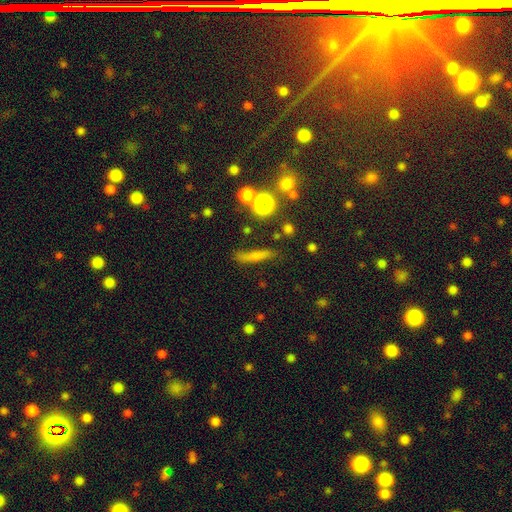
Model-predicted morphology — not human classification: A smooth galaxy with no disk features (55%) that is cigar-shaped (82%).

Vote fractions:
- Smooth or featured? smooth: 55% / featured or disk: 30% / star or artifact: 15%
- How rounded? cigar-shaped: 82% / in between: 11% / round: 8%
- Merging? none: 77% / minor disturbance: 15% / major disturbance: 5% / merger: 4%